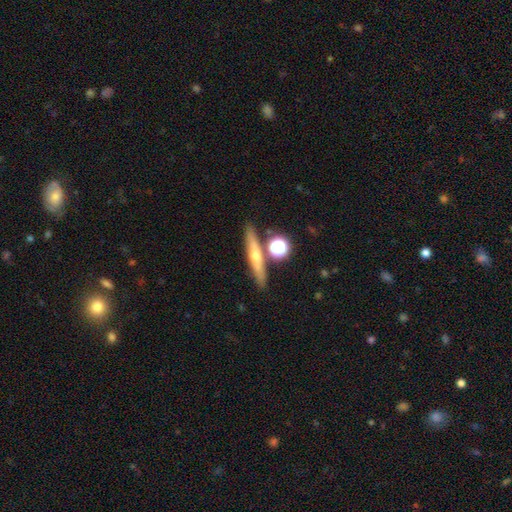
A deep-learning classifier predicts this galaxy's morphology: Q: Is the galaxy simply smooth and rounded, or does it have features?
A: featured or disk — 53%.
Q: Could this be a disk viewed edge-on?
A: yes — 92%.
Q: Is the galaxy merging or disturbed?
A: none — 78%.